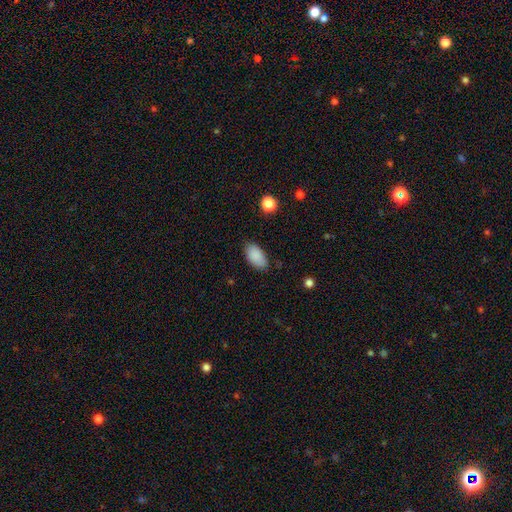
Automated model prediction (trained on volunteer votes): A smooth galaxy with no disk features (89%) that is in between round and cigar-shaped (94%). Merging: none (82%).